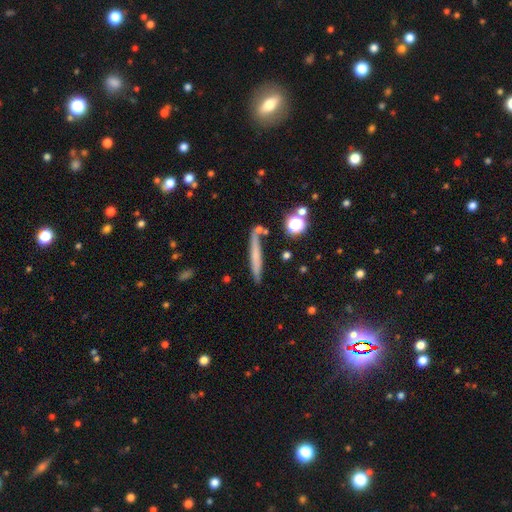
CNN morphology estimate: Smooth or featured? smooth (58%)
How rounded? cigar-shaped (93%)
Merging? none (79%)